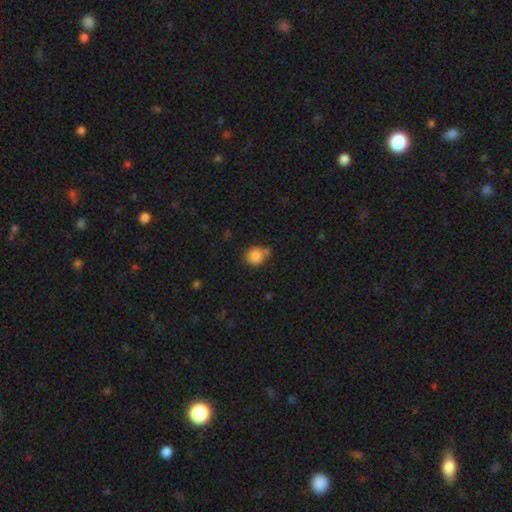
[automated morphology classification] smooth-or-featured: smooth: 86% | star or artifact: 10% | featured or disk: 5%
  how-rounded: round: 85% | in between: 14% | cigar-shaped: 1%
  merging: none: 63% | minor disturbance: 19% | merger: 13% | major disturbance: 5%